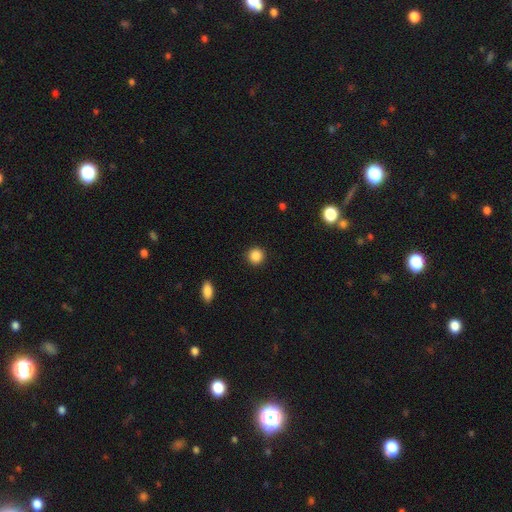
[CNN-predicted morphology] Smooth or featured: smooth — 88% (star or artifact — 9%)
How rounded: round — 92% (in between — 7%)
Merging: none — 92% (minor disturbance — 5%)